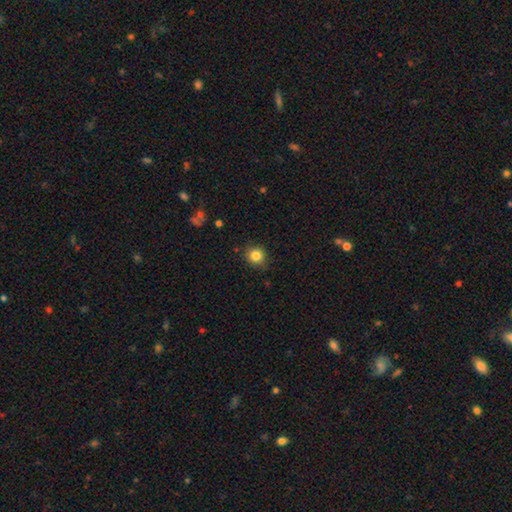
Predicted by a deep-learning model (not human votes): smooth 84%, star or artifact 11%, featured or disk 5%. Down the decision tree: how rounded — round (89%); merging — none (85%).